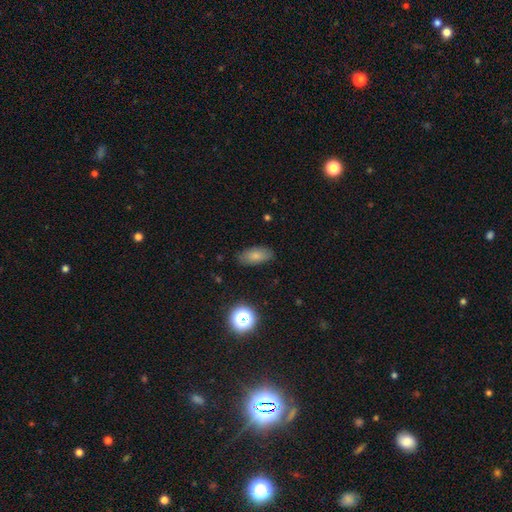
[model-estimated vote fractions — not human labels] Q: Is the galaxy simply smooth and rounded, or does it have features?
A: smooth — 79%.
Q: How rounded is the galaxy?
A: in between — 87%.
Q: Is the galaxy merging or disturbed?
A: none — 83%.